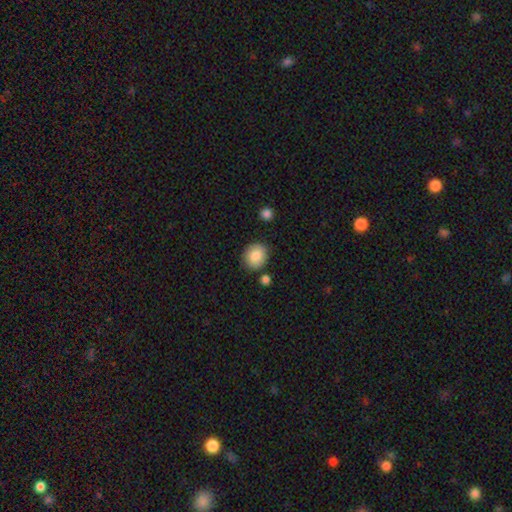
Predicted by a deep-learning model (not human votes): A smooth galaxy with no disk features (86%) that is round (75%).

Vote fractions:
- Smooth or featured? smooth: 86% / star or artifact: 8% / featured or disk: 6%
- How rounded? round: 75% / in between: 24% / cigar-shaped: 1%
- Merging? none: 82% / minor disturbance: 11% / merger: 5% / major disturbance: 3%